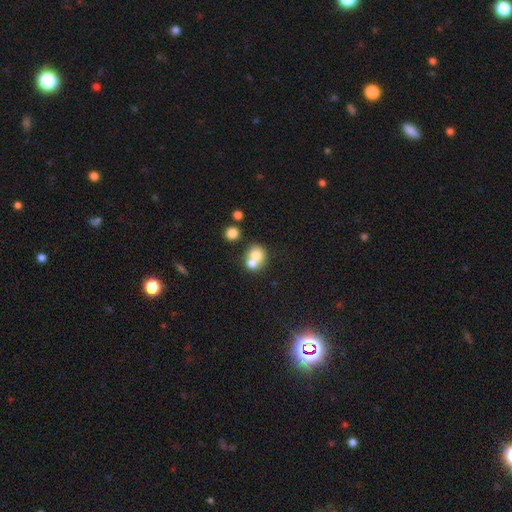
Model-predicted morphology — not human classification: This is likely a smooth galaxy (71%). How rounded: likely round (77%). Merging: possibly merger (58%).